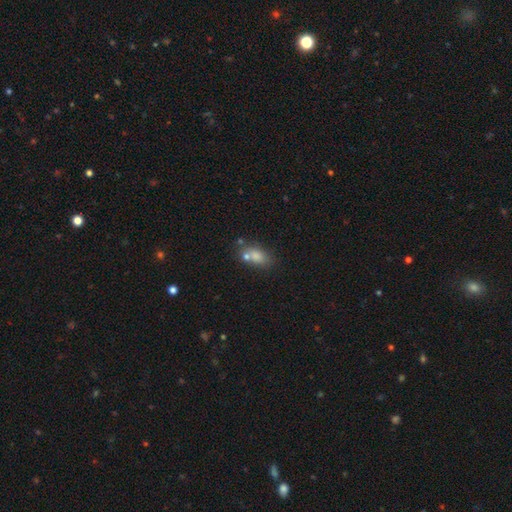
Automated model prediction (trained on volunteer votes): Smooth or featured? Predicted: smooth (p=0.69). How rounded? Predicted: in between (p=0.72). Merging? Predicted: none (p=0.50).